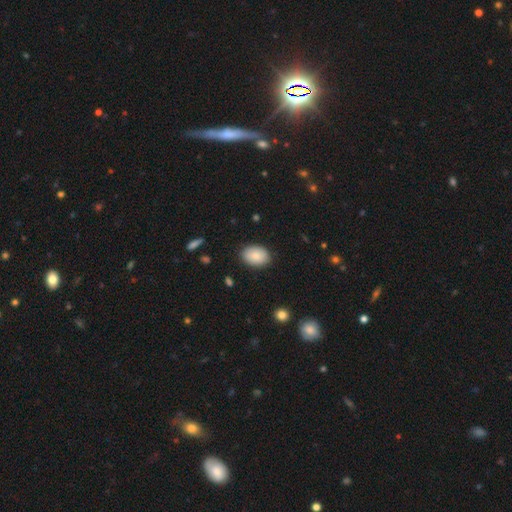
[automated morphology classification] smooth_or_featured: smooth (p=0.84) [alt: featured or disk p=0.09]
how_rounded: in between (p=0.85) [alt: round p=0.14]
merging: none (p=0.86) [alt: minor disturbance p=0.10]